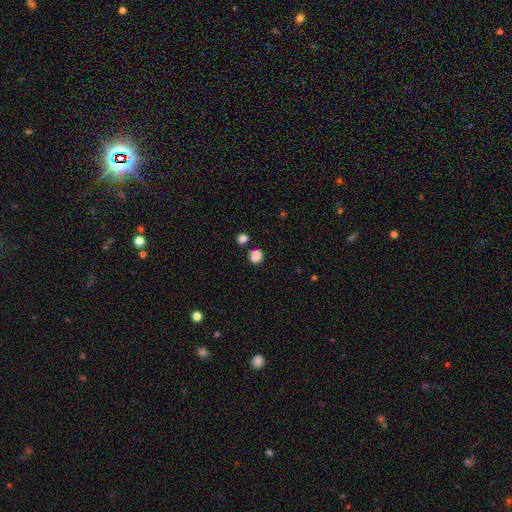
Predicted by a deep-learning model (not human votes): This appears to be a smooth galaxy with no disk features (84%) that is round (87%). Merging: none (74%).